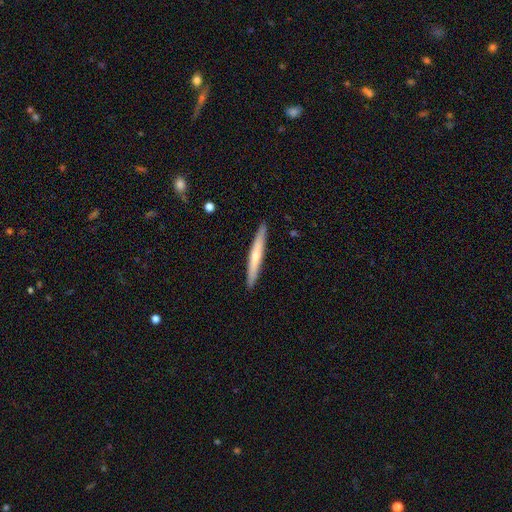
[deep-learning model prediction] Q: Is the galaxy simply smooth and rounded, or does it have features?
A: smooth — 57%.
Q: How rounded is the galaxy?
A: cigar-shaped — 96%.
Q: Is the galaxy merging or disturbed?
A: none — 91%.